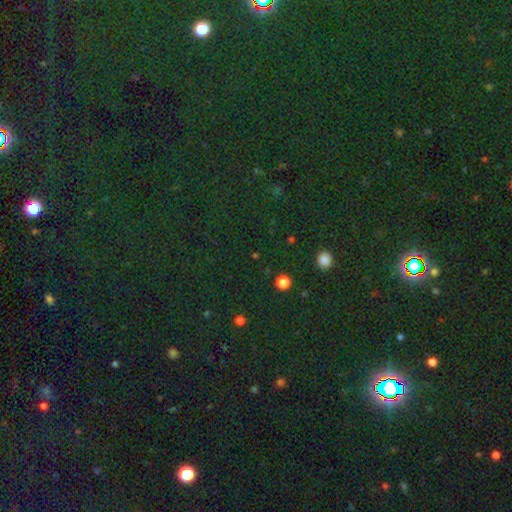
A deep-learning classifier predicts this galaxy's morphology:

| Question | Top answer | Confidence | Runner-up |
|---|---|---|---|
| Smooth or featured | star or artifact | 59% | smooth (35%) |